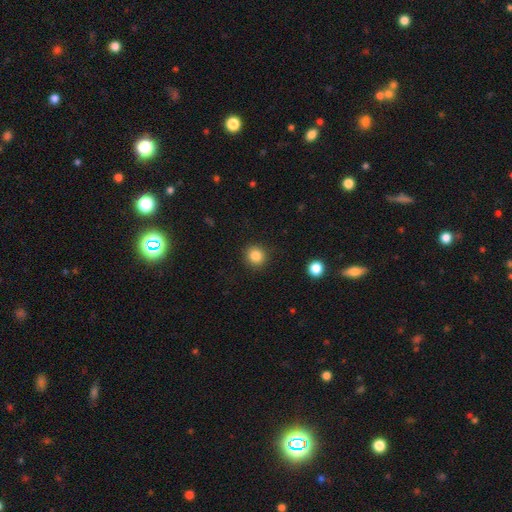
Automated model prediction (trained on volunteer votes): smooth-or-featured: smooth: 85% | star or artifact: 10% | featured or disk: 4%
  how-rounded: round: 91% | in between: 9% | cigar-shaped: 1%
  merging: none: 90% | minor disturbance: 6% | major disturbance: 2% | merger: 1%